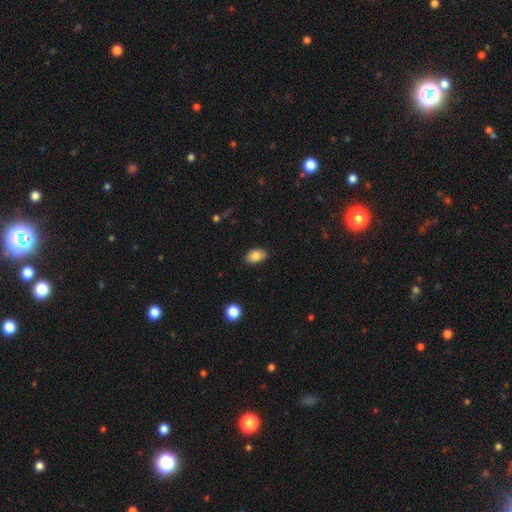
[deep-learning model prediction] Smooth or featured?
  - smooth: 83% *
  - featured or disk: 9%
  - star or artifact: 8%
How rounded?
  - in between: 88% *
  - round: 11%
  - cigar-shaped: 1%
Merging?
  - none: 86% *
  - minor disturbance: 10%
  - major disturbance: 2%
  - merger: 1%